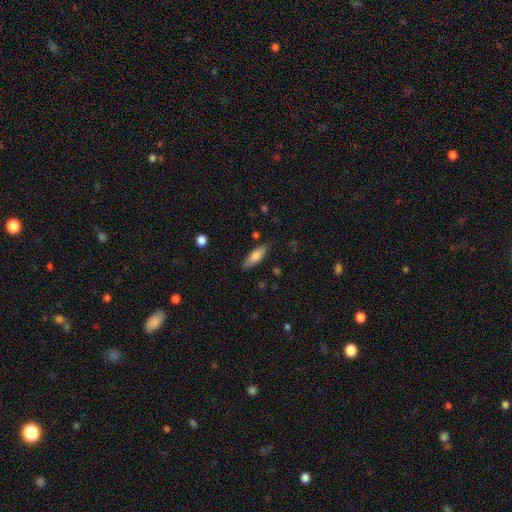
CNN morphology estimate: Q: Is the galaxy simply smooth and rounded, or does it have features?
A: smooth — 72%.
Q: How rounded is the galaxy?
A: in between — 55%.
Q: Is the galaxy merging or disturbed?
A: none — 81%.